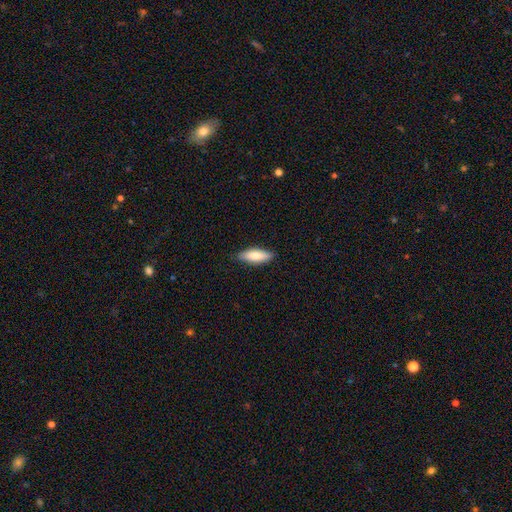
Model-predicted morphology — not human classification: This is likely a smooth galaxy (78%). How rounded: possibly in between (57%). Merging: clearly none (85%).